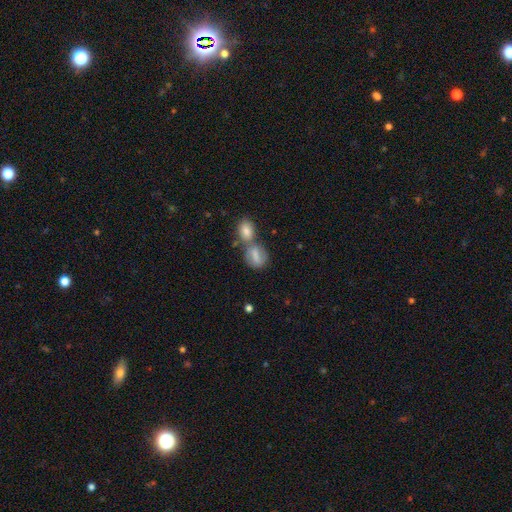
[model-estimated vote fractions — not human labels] Smooth or featured? Predicted: smooth (p=0.72). How rounded? Predicted: in between (p=0.63). Merging? Predicted: merger (p=0.50).